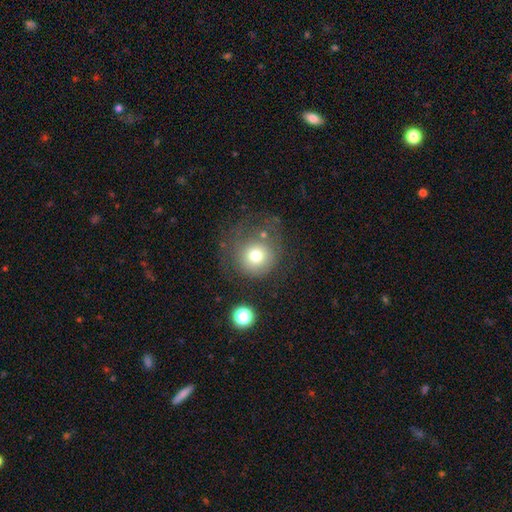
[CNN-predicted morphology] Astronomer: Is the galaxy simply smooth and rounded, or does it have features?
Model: smooth — 71%.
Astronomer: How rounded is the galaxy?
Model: round — 92%.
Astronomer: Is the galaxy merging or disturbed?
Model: none — 59%.